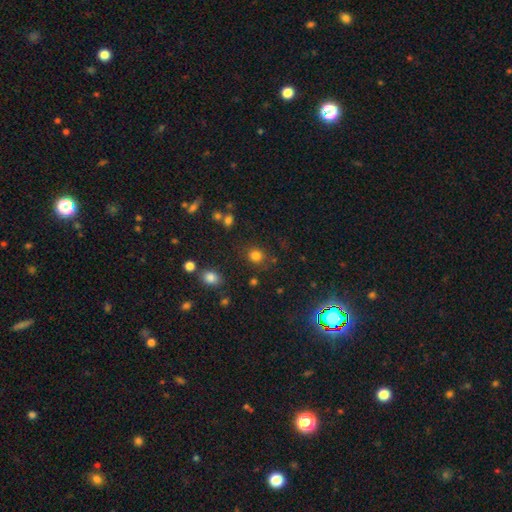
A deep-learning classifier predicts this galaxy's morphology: A smooth galaxy with no disk features (80%) that is round (81%).

Vote fractions:
- Smooth or featured? smooth: 80% / star or artifact: 15% / featured or disk: 5%
- How rounded? round: 81% / in between: 18% / cigar-shaped: 1%
- Merging? none: 81% / minor disturbance: 11% / merger: 4% / major disturbance: 4%